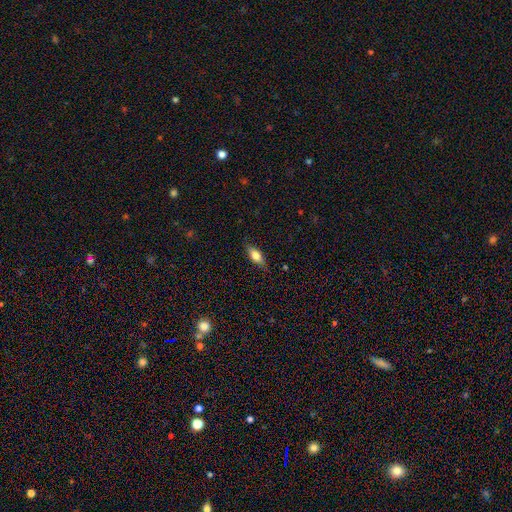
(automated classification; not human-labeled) Smooth or featured? smooth (68%)
How rounded? in between (73%)
Merging? none (83%)